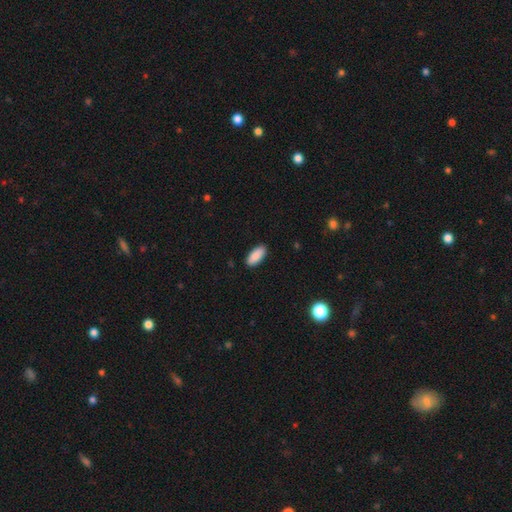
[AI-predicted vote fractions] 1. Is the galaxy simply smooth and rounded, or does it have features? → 90% smooth, 6% star or artifact, 4% featured or disk.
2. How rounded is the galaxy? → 89% in between, 9% cigar-shaped, 2% round.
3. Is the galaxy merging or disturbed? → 89% none, 8% minor disturbance, 2% major disturbance, 1% merger.